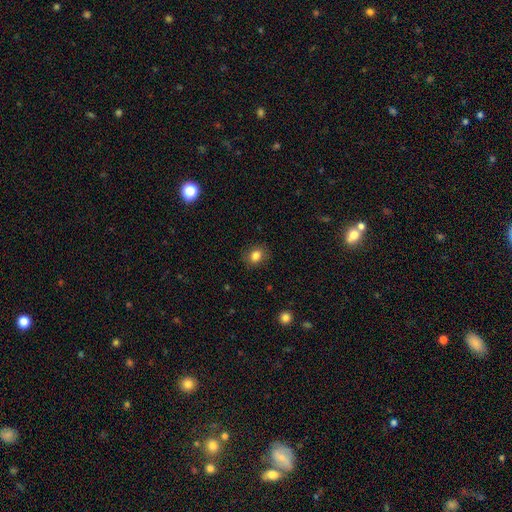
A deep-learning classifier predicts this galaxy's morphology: Q: Smooth or featured?
A: smooth (83%); runner-up: star or artifact (11%)
Q: How rounded?
A: round (55%); runner-up: in between (44%)
Q: Merging?
A: none (86%); runner-up: minor disturbance (10%)